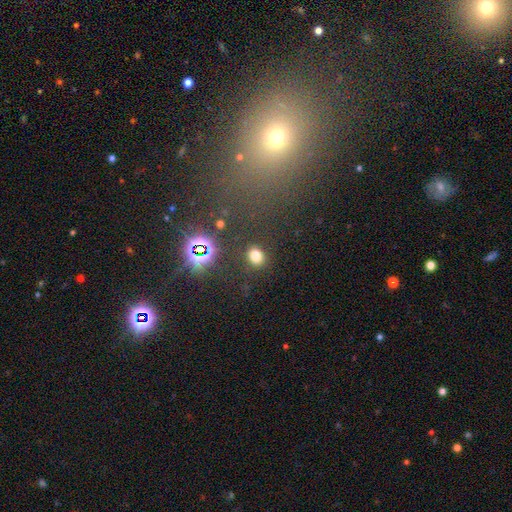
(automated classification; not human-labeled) A smooth galaxy with no disk features (76%) that is in between round and cigar-shaped (52%). Merging: none (85%).